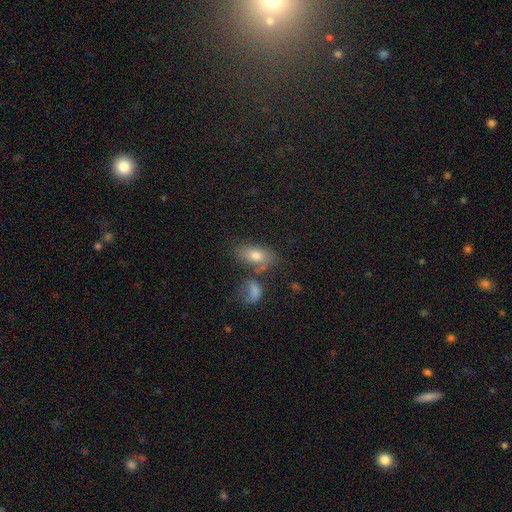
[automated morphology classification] Smooth or featured: smooth — 75% (featured or disk — 16%)
How rounded: in between — 88% (round — 7%)
Merging: none — 62% (merger — 17%)